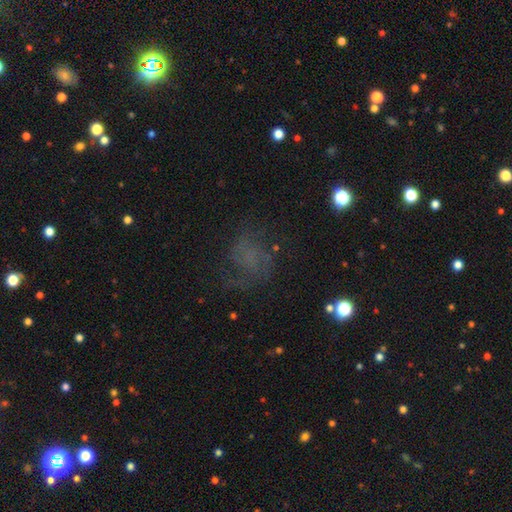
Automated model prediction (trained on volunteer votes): Morphology: type=featured or disk (42%); merging=none (57%).